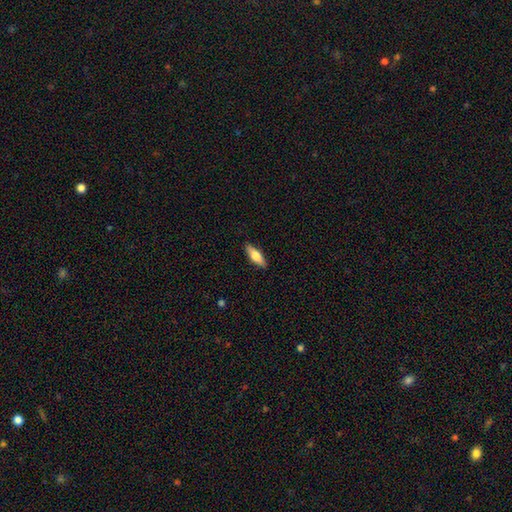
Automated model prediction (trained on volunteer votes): smooth-or-featured: smooth: 63% | featured or disk: 31% | star or artifact: 6%
  how-rounded: in between: 57% | cigar-shaped: 41% | round: 2%
  merging: none: 89% | minor disturbance: 9% | major disturbance: 2% | merger: 1%